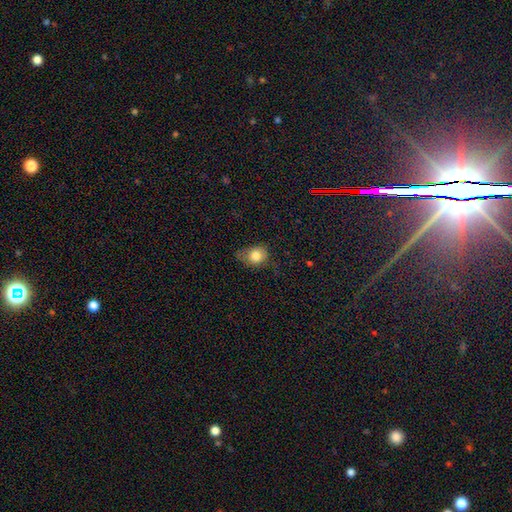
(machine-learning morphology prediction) A smooth galaxy with no disk features (81%) that is round (51%). Merging: none (49%).